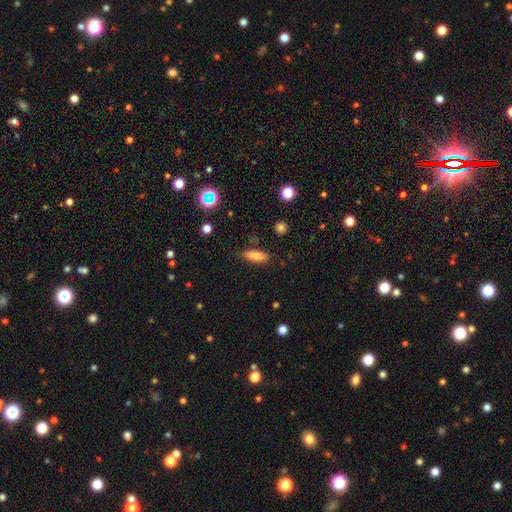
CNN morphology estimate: This is clearly a smooth galaxy (80%). How rounded: possibly in between (58%). Merging: clearly none (84%).